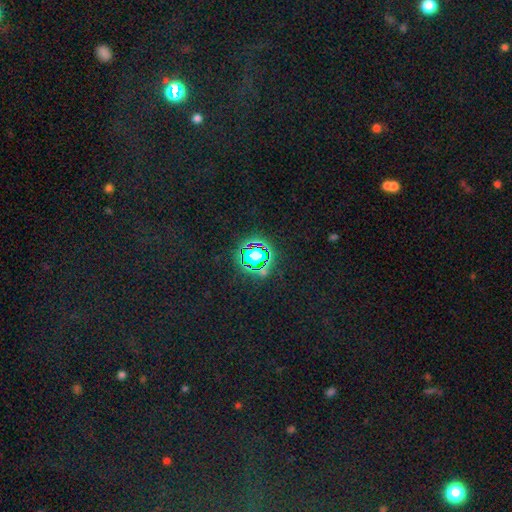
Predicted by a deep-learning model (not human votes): A star or artifact, not a galaxy (69%).